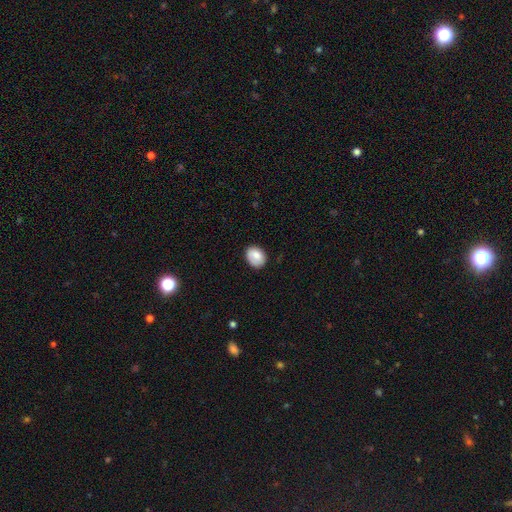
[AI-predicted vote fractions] smooth-or-featured: smooth: 81% | featured or disk: 12% | star or artifact: 7%
  how-rounded: in between: 59% | round: 41% | cigar-shaped: 1%
  merging: none: 79% | minor disturbance: 17% | major disturbance: 3% | merger: 1%